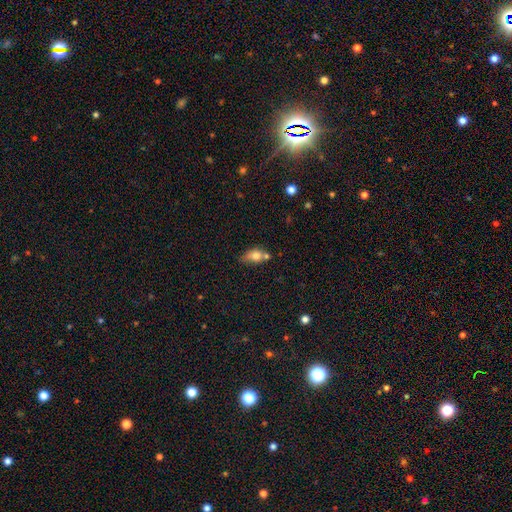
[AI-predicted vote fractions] Smooth or featured: smooth — 74% (featured or disk — 16%)
How rounded: in between — 74% (round — 20%)
Merging: none — 41% (merger — 29%)